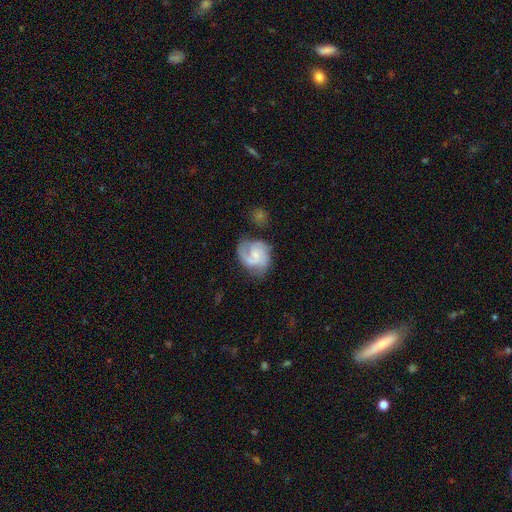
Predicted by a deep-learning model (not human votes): Smooth or featured: featured or disk — 78% (smooth — 16%)
Edge-on disk: no — 98% (yes — 2%)
Bar: no — 51% (weak — 42%)
Spiral arms: yes — 95% (no — 5%)
Spiral winding: medium — 48% (tight — 36%)
Spiral arm count: 2 — 56% (3 — 20%)
Bulge size: small — 46% (none — 26%)
Merging: none — 58% (minor disturbance — 23%)